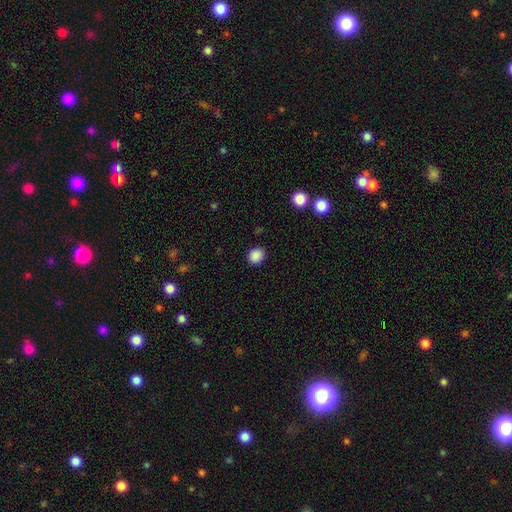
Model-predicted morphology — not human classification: Smooth or featured?
  - smooth: 88% *
  - star or artifact: 10%
  - featured or disk: 3%
How rounded?
  - round: 76% *
  - in between: 23%
  - cigar-shaped: 1%
Merging?
  - none: 89% *
  - minor disturbance: 8%
  - major disturbance: 2%
  - merger: 1%